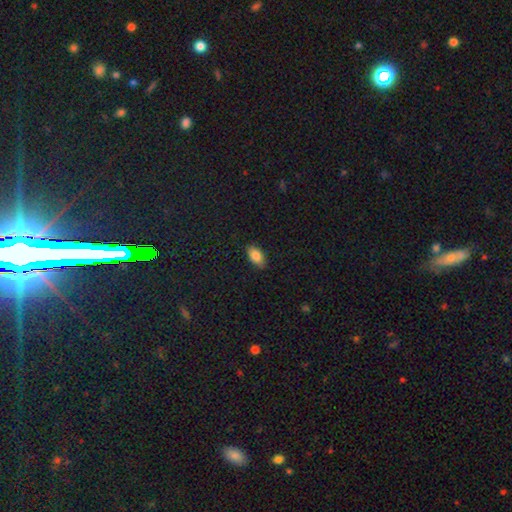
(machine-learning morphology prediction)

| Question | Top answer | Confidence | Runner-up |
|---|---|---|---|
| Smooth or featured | smooth | 84% | featured or disk (8%) |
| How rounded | in between | 92% | round (4%) |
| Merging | none | 86% | minor disturbance (11%) |